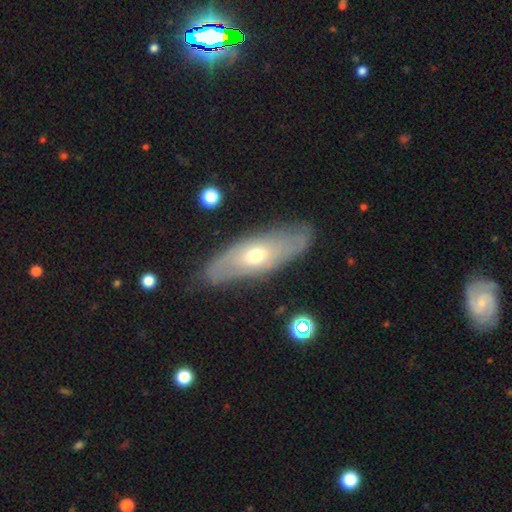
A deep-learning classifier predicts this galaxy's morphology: smooth-or-featured: featured or disk: 55% | smooth: 39% | star or artifact: 7%
  disk-edge-on: no: 69% | yes: 31%
  merging: none: 80% | minor disturbance: 14% | major disturbance: 5% | merger: 2%